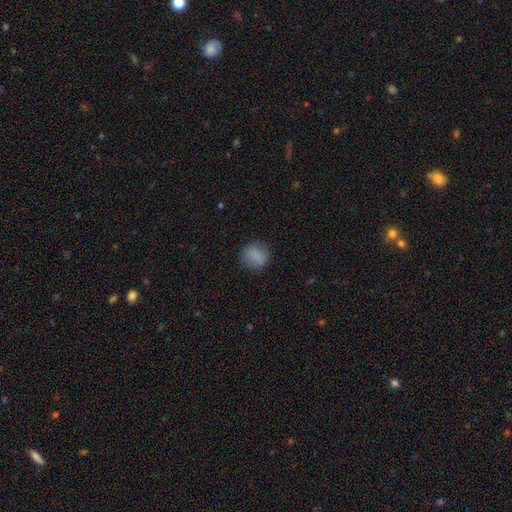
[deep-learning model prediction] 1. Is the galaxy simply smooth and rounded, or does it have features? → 84% smooth, 10% star or artifact, 7% featured or disk.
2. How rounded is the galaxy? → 80% round, 19% in between, 1% cigar-shaped.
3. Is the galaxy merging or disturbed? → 82% none, 13% minor disturbance, 4% major disturbance, 1% merger.